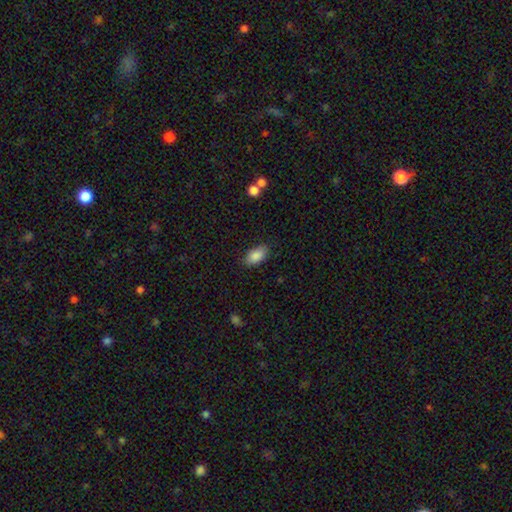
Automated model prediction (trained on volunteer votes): A smooth galaxy with no disk features (88%) that is in between round and cigar-shaped (93%).

Vote fractions:
- Smooth or featured? smooth: 88% / star or artifact: 7% / featured or disk: 5%
- How rounded? in between: 93% / round: 4% / cigar-shaped: 3%
- Merging? none: 84% / minor disturbance: 12% / major disturbance: 3% / merger: 1%